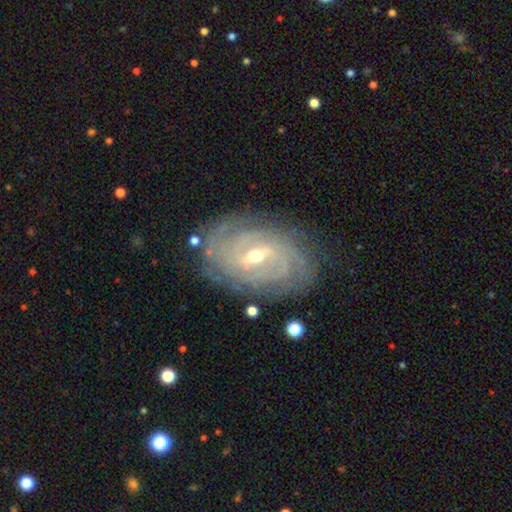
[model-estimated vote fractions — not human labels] Morphology: type=featured or disk (89%); edge-on=no (96%); bar=weak (52%); spiral arms=yes (96%); winding=tight (73%); arm count=can't tell (32%); bulge=moderate (52%); merging=none (78%).